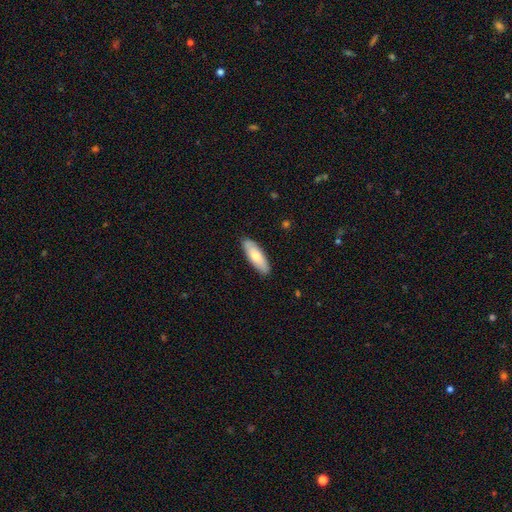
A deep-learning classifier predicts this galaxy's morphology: Smooth or featured? Predicted: smooth (p=0.71). How rounded? Predicted: in between (p=0.59). Merging? Predicted: none (p=0.88).